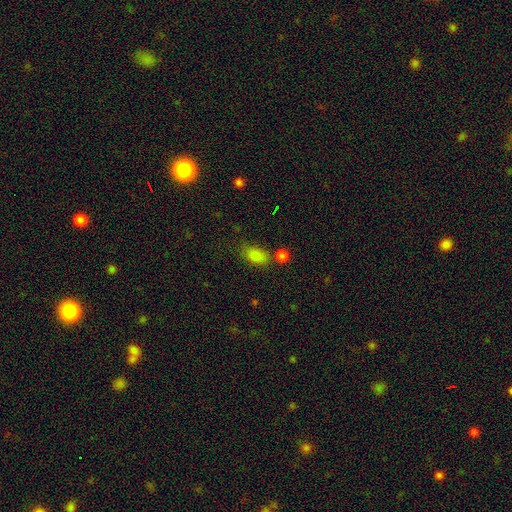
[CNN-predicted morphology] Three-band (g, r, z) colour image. It shows a smooth galaxy with no disk features (82%) that is in between round and cigar-shaped (84%). Merging: none (64%).